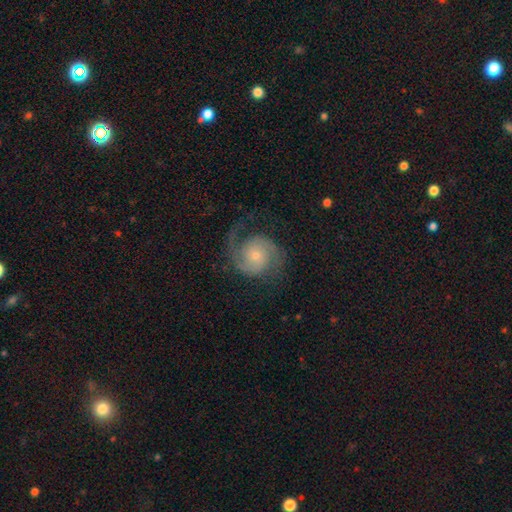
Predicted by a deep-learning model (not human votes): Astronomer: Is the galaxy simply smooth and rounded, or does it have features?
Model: featured or disk — 88%.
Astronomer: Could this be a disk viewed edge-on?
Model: no — 98%.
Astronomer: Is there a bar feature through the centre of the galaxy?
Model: no — 72%.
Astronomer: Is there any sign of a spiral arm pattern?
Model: yes — 98%.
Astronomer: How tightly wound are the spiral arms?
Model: medium — 49% (runner-up: tight, 32%).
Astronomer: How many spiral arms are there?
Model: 2 — 89%.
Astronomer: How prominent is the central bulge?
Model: small — 60%.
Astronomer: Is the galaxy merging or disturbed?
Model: none — 73%.